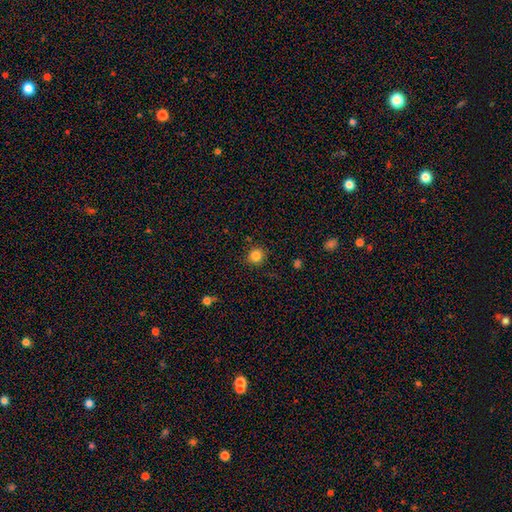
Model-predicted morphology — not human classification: The model was most divided on "smooth or featured": smooth: 83%, star or artifact: 12%, featured or disk: 5%. More confident: how rounded — round (91%); merging — none (90%).